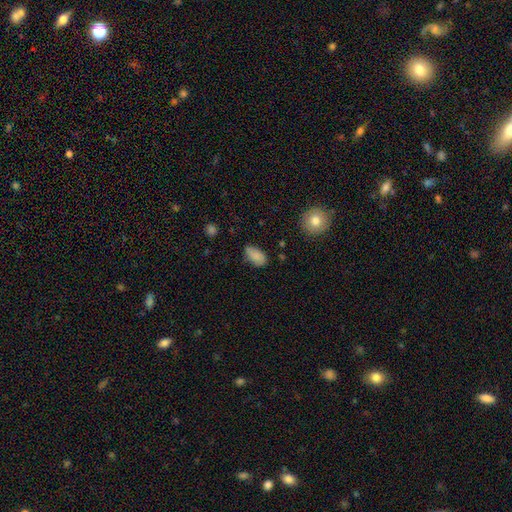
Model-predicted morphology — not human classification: Smooth or featured? Predicted: smooth (p=0.85). How rounded? Predicted: in between (p=0.93). Merging? Predicted: none (p=0.68).